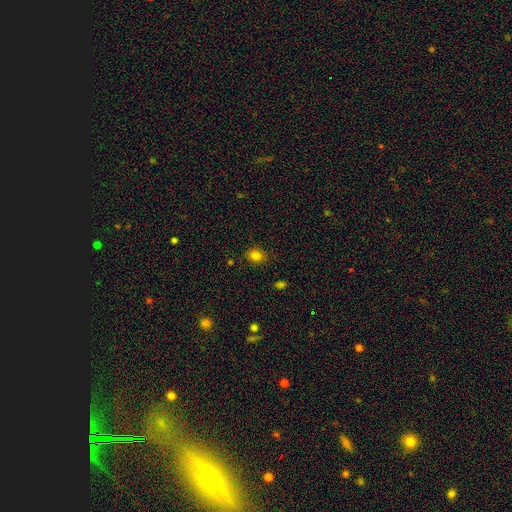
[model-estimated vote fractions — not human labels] Smooth or featured? Predicted: smooth (p=0.81). How rounded? Predicted: round (p=0.58). Merging? Predicted: none (p=0.85).